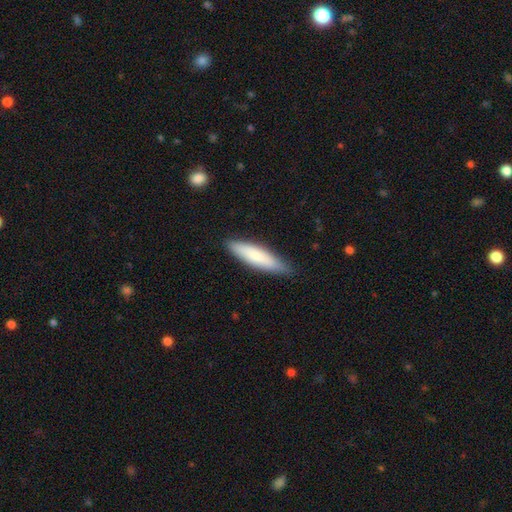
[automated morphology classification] The model was most divided on "how rounded": cigar-shaped: 73%, in between: 25%, round: 1%. More confident: merging — none (83%); smooth or featured — smooth (78%).